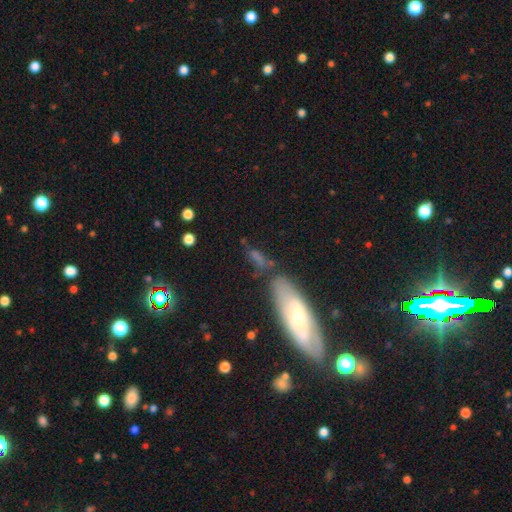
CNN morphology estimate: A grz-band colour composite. It shows a smooth galaxy with no disk features (56%) that is in between round and cigar-shaped (48%). Merging: none (50%).